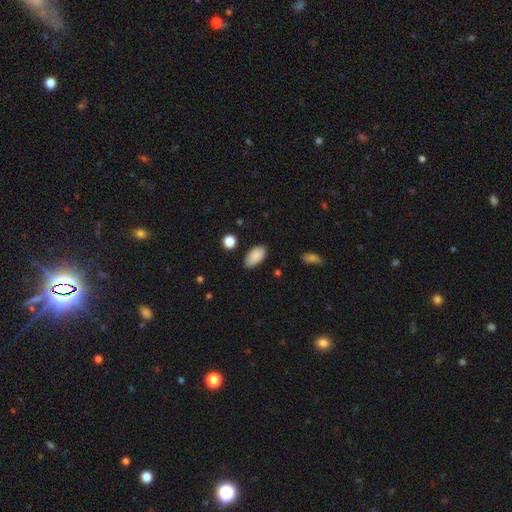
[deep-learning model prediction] Smooth or featured? smooth (88%)
How rounded? in between (94%)
Merging? none (81%)